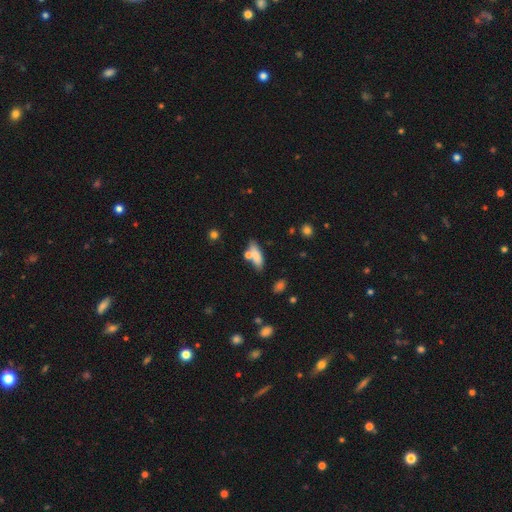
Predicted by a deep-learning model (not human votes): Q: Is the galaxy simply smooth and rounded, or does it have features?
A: smooth — 75%.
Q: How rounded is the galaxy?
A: in between — 56%.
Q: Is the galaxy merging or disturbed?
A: none — 61%.